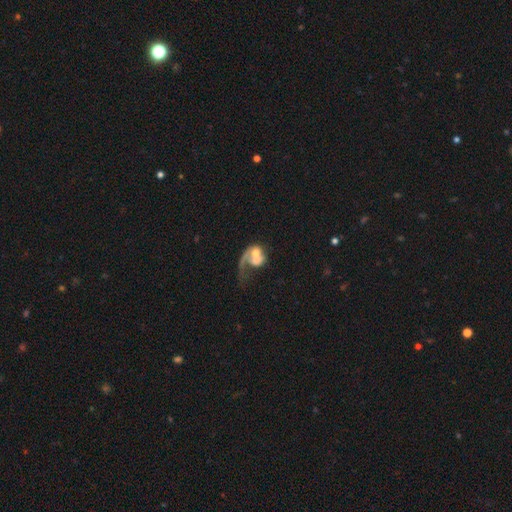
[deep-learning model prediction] featured or disk 57%, smooth 35%, star or artifact 8%. Down the decision tree: edge-on disk — no (97%); bar — no (77%); spiral arms — yes (65%); bulge size — moderate (42%); merging — merger (57%).